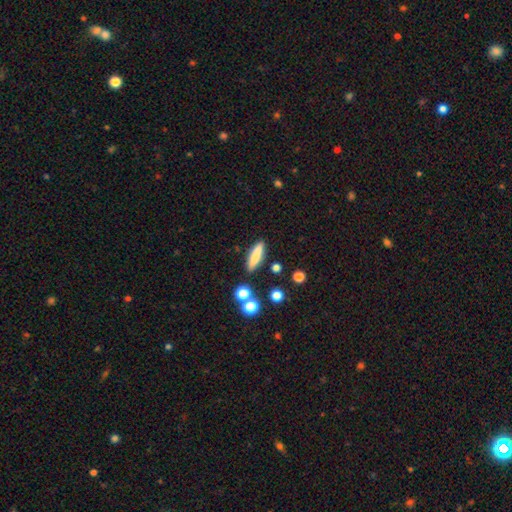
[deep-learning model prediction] smooth 79%, featured or disk 13%, star or artifact 8%. Down the decision tree: how rounded — cigar-shaped (73%); merging — none (84%).